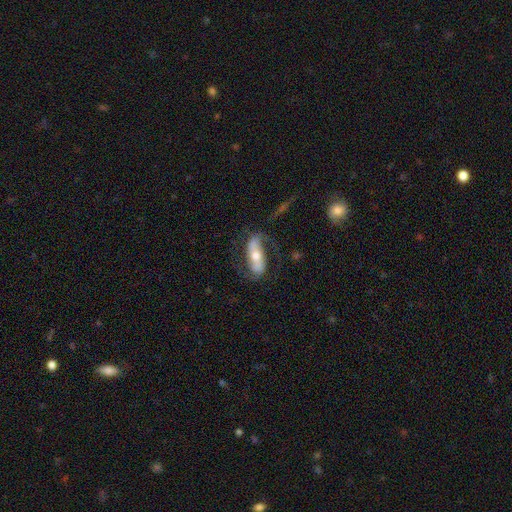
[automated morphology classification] type=featured or disk (65%); edge-on=no (83%); bar=strong (49%); spiral arms=yes (82%); bulge=moderate (63%); merging=none (63%).